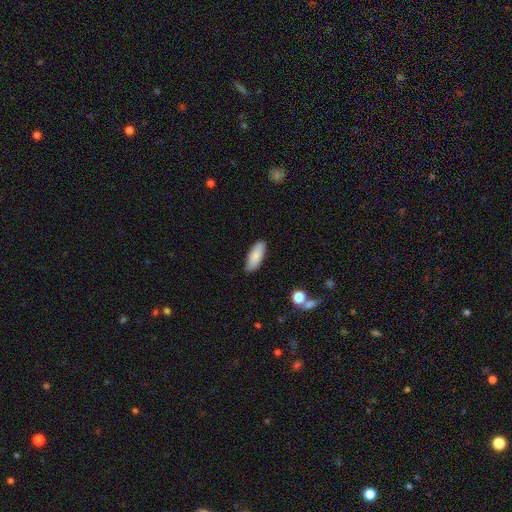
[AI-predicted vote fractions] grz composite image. It shows a smooth galaxy with no disk features (85%) that is in between round and cigar-shaped (72%). Merging: none (85%).